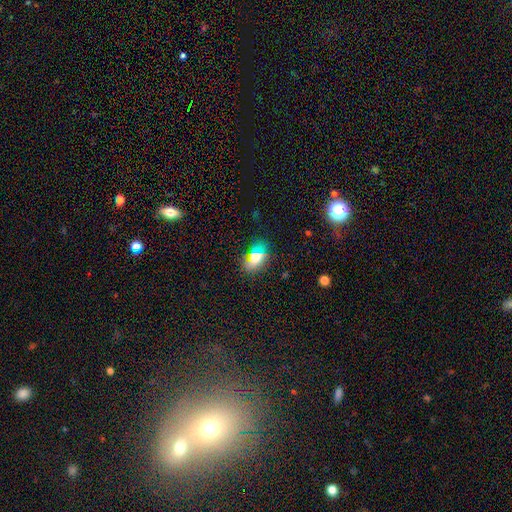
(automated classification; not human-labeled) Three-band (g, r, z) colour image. It shows a smooth galaxy with no disk features (67%) that is in between round and cigar-shaped (78%). Merging: none (77%).